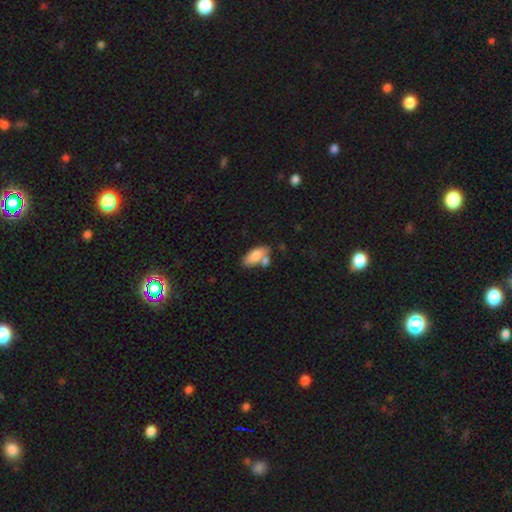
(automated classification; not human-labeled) A smooth galaxy with no disk features (80%) that is in between round and cigar-shaped (86%). Merging: none (49%).